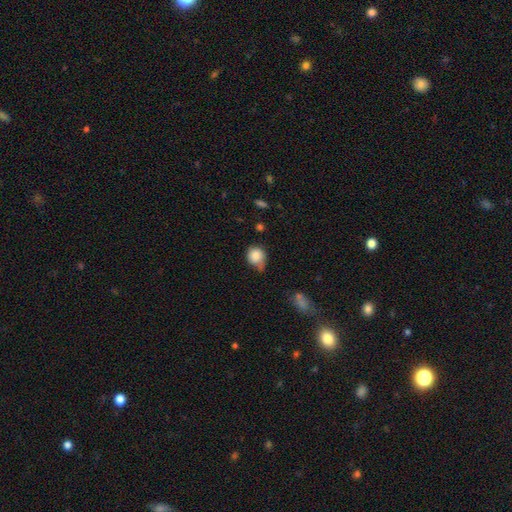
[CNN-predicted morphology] A smooth galaxy with no disk features (83%) that is round (77%).

Vote fractions:
- Smooth or featured? smooth: 83% / featured or disk: 9% / star or artifact: 8%
- How rounded? round: 77% / in between: 22% / cigar-shaped: 1%
- Merging? none: 40% (tied) / minor disturbance: 40% (tied) / major disturbance: 13% / merger: 7%